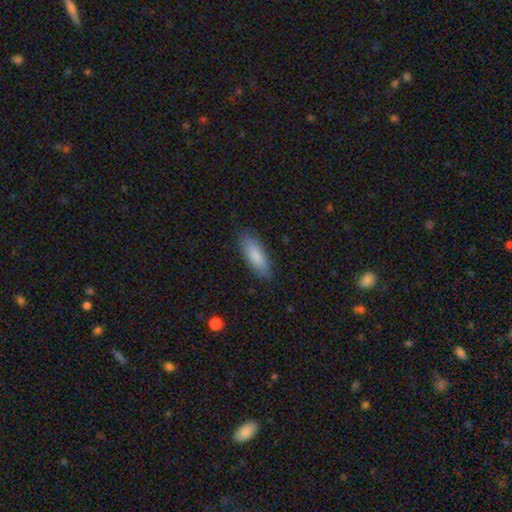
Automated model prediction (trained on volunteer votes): Q: Smooth or featured?
A: smooth (81%); runner-up: featured or disk (13%)
Q: How rounded?
A: in between (66%); runner-up: cigar-shaped (32%)
Q: Merging?
A: none (83%); runner-up: minor disturbance (13%)